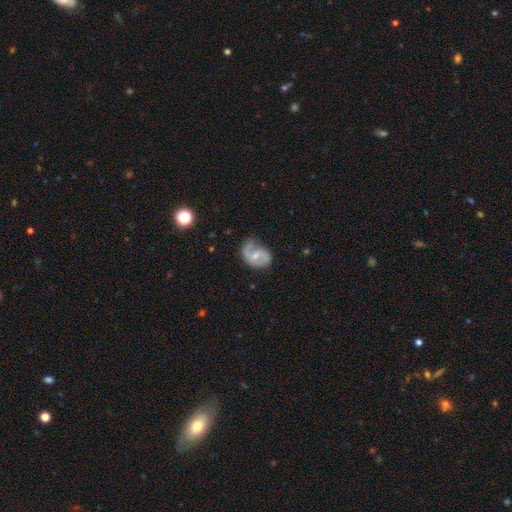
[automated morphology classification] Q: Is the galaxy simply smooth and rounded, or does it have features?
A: featured or disk — 70%.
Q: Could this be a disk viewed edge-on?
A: no — 97%.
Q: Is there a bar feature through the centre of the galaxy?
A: weak — 47%.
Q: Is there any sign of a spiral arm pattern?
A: yes — 87%.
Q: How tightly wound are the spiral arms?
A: medium — 42%.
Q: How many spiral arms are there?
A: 2 — 68%.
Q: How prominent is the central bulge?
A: small — 56%.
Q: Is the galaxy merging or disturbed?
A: none — 49%.